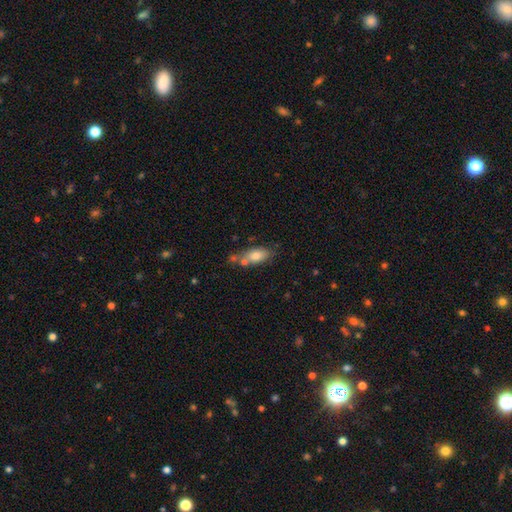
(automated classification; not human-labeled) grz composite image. It shows a smooth galaxy with no disk features (76%) that is in between round and cigar-shaped (83%). Merging: none (48%).